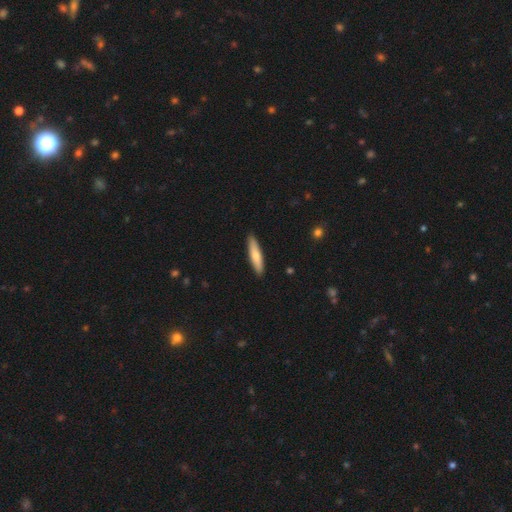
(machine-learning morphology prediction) Q: Smooth or featured?
A: smooth (72%); runner-up: featured or disk (23%)
Q: How rounded?
A: cigar-shaped (82%); runner-up: in between (16%)
Q: Merging?
A: none (90%); runner-up: minor disturbance (7%)